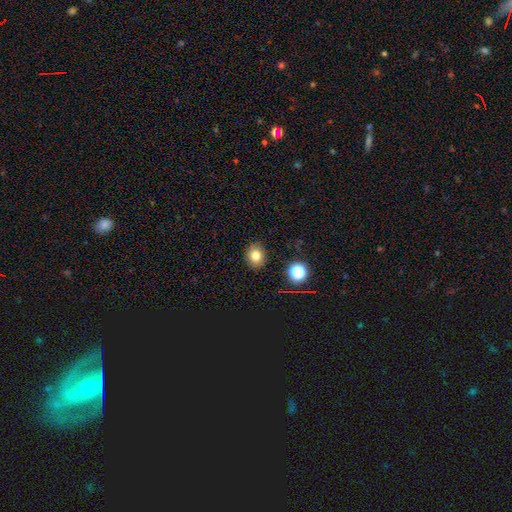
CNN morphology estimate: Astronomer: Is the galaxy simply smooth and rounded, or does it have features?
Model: smooth — 78%.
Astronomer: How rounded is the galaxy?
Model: round — 60% (runner-up: in between, 39%).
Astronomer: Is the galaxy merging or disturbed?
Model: none — 88%.